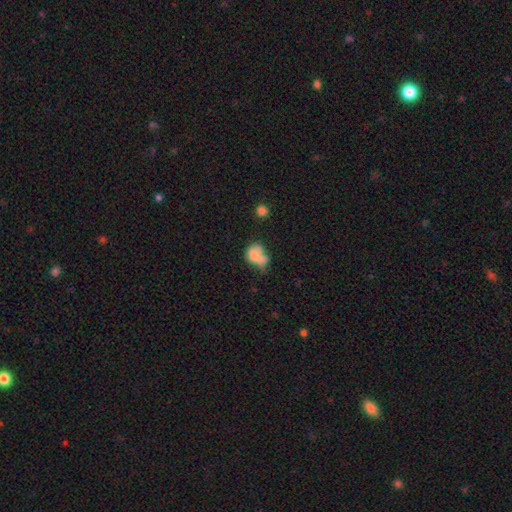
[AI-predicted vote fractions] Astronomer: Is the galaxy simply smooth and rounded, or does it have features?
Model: smooth — 61%.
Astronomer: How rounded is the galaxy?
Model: in between — 71%.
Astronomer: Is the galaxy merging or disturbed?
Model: major disturbance — 28% (runner-up: minor disturbance, 25%).